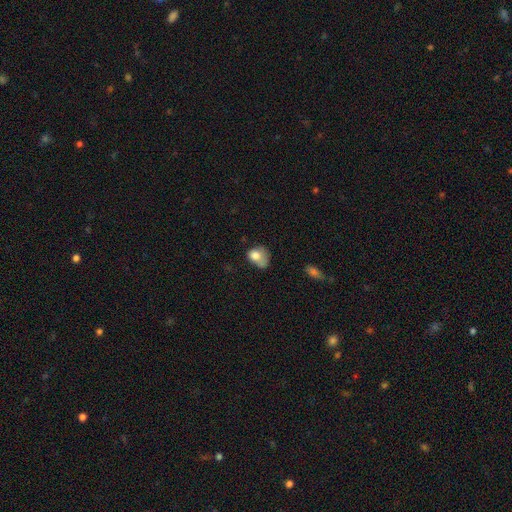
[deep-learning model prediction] smooth-or-featured: smooth: 74% | featured or disk: 16% | star or artifact: 9%
  how-rounded: in between: 54% | round: 45% | cigar-shaped: 1%
  merging: minor disturbance: 35% | major disturbance: 31% | none: 26% | merger: 8%